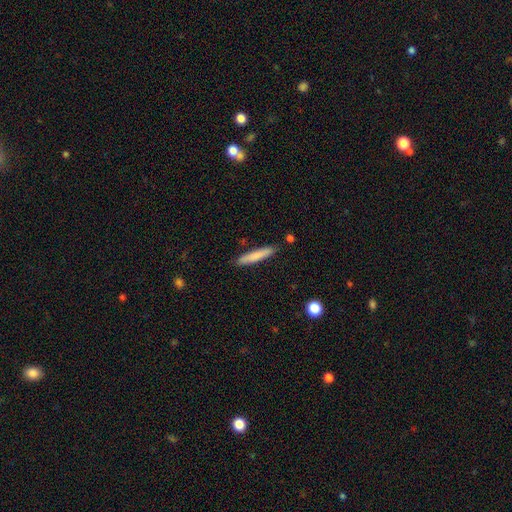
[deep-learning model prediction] Smooth or featured?
  - smooth: 78% *
  - featured or disk: 16%
  - star or artifact: 6%
How rounded?
  - cigar-shaped: 93% *
  - in between: 6%
  - round: 1%
Merging?
  - none: 87% *
  - minor disturbance: 9%
  - merger: 2%
  - major disturbance: 2%